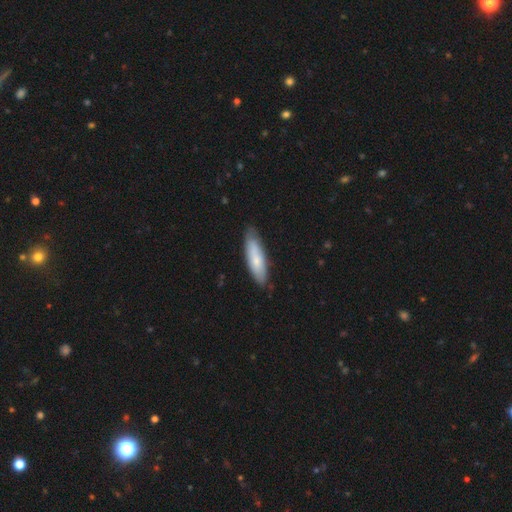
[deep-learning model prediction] The model was most divided on "how rounded": cigar-shaped: 60%, in between: 38%, round: 2%. More confident: merging — none (81%); smooth or featured — smooth (66%).